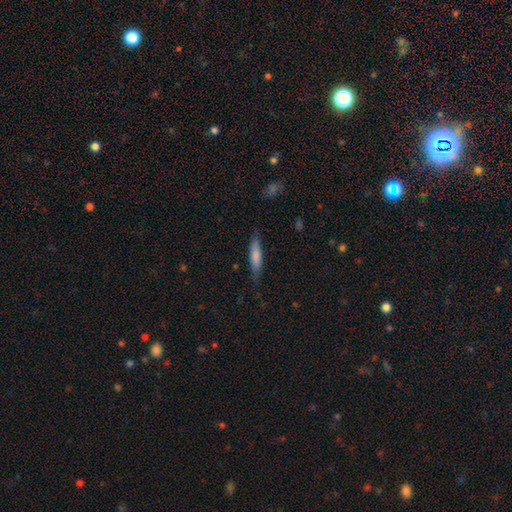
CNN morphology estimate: This appears to be a smooth galaxy with no disk features (76%) that is cigar-shaped (78%). Merging: none (78%).